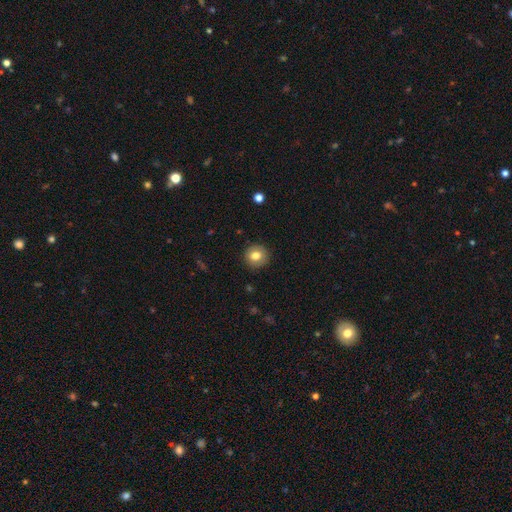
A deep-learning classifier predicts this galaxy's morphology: smooth-or-featured: smooth: 80% | featured or disk: 11% | star or artifact: 9%
  how-rounded: round: 91% | in between: 8% | cigar-shaped: 1%
  merging: none: 90% | minor disturbance: 7% | major disturbance: 2% | merger: 1%